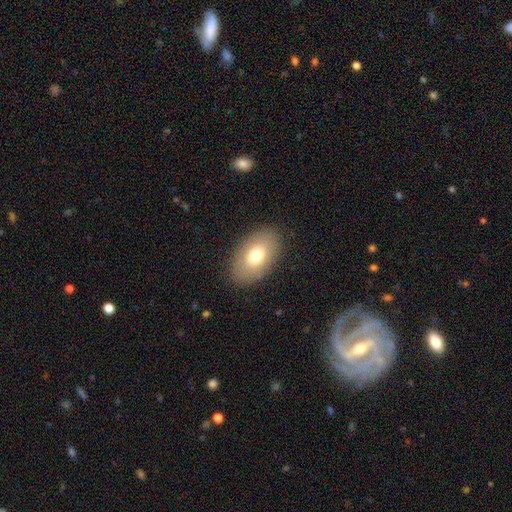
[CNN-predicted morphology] smooth 72%, featured or disk 19%, star or artifact 8%. Down the decision tree: how rounded — in between (90%); merging — none (87%).